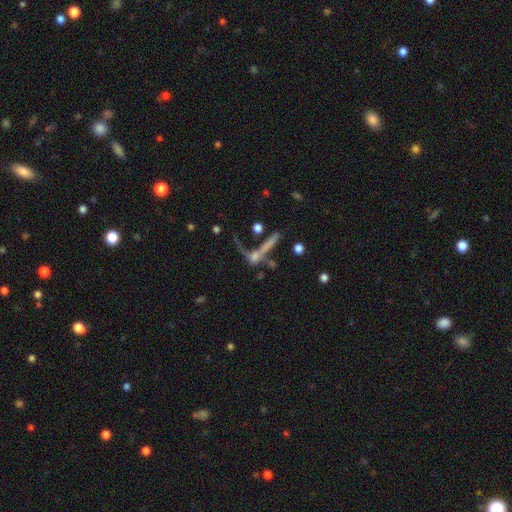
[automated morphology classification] Smooth or featured?
  - smooth: 46% *
  - featured or disk: 39%
  - star or artifact: 16%
Merging?
  - none: 34% *
  - merger: 30%
  - major disturbance: 24%
  - minor disturbance: 12%